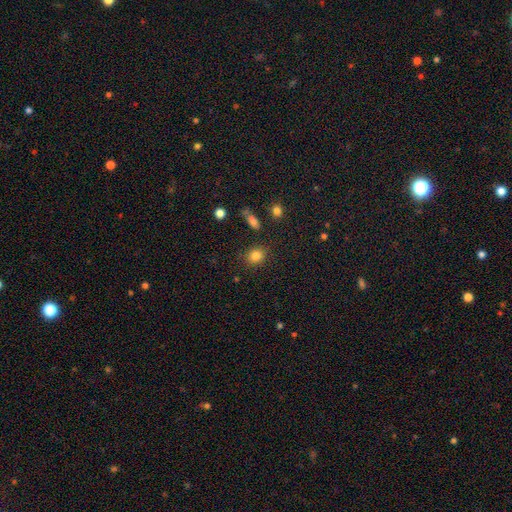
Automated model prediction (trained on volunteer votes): Smooth or featured? Predicted: smooth (p=0.83). How rounded? Predicted: round (p=0.72). Merging? Predicted: none (p=0.84).